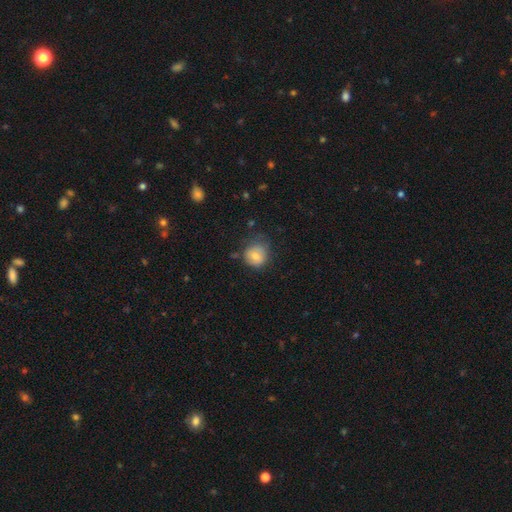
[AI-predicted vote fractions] Smooth or featured?
  - smooth: 77% *
  - featured or disk: 14%
  - star or artifact: 9%
How rounded?
  - round: 77% *
  - in between: 22%
  - cigar-shaped: 1%
Merging?
  - none: 59% *
  - minor disturbance: 28%
  - major disturbance: 10%
  - merger: 3%